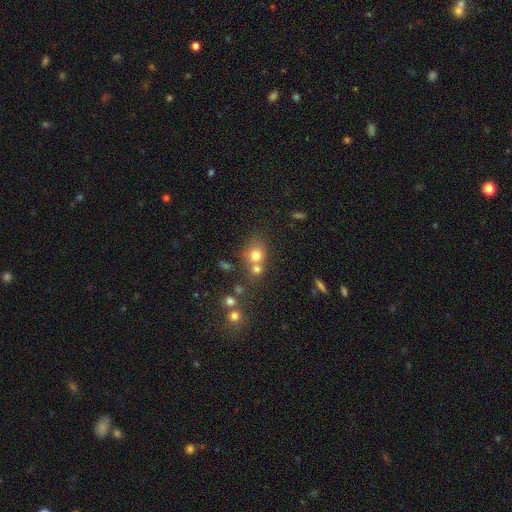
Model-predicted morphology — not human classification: smooth-or-featured: smooth: 74% | star or artifact: 14% | featured or disk: 12%
  how-rounded: round: 73% | in between: 26% | cigar-shaped: 1%
  merging: none: 44% | merger: 41% | minor disturbance: 10% | major disturbance: 5%